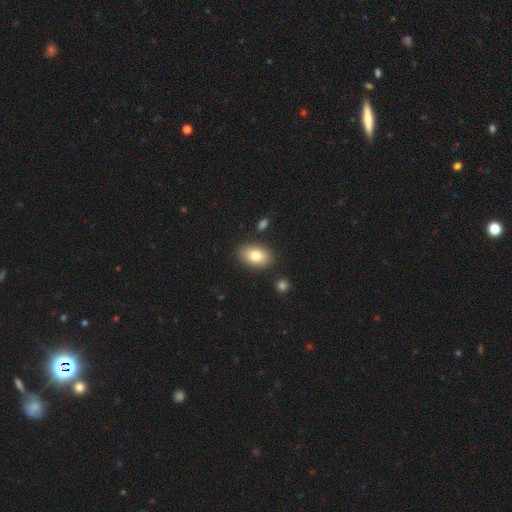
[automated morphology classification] This is clearly a smooth galaxy (81%). How rounded: clearly in between (89%). Merging: clearly none (86%).